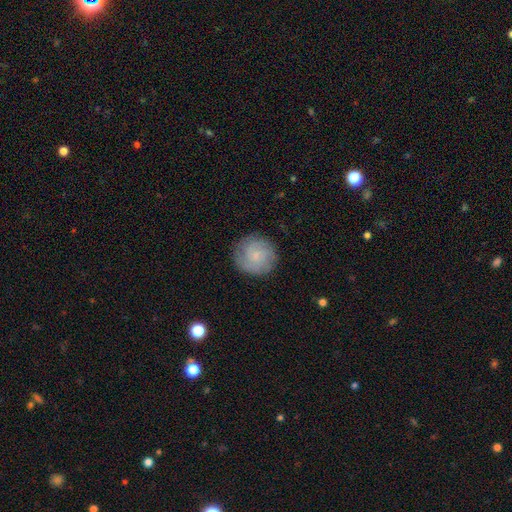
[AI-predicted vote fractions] This appears to be a featured or disk galaxy (53%) with no bar (77%), spiral arms (91%) and a small central bulge (69%). Merging: none (83%).